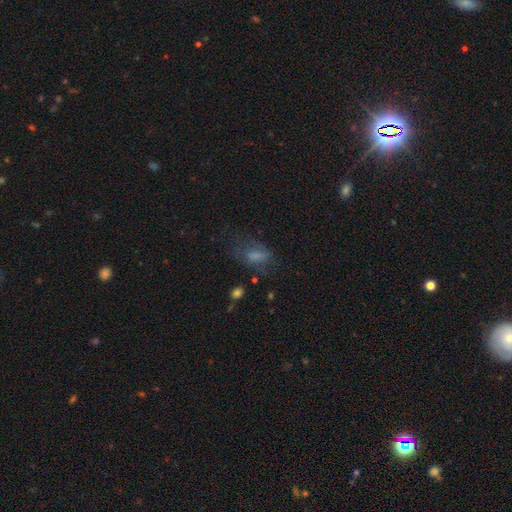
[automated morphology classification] Smooth or featured? Predicted: smooth (p=0.63). How rounded? Predicted: in between (p=0.83). Merging? Predicted: none (p=0.45).